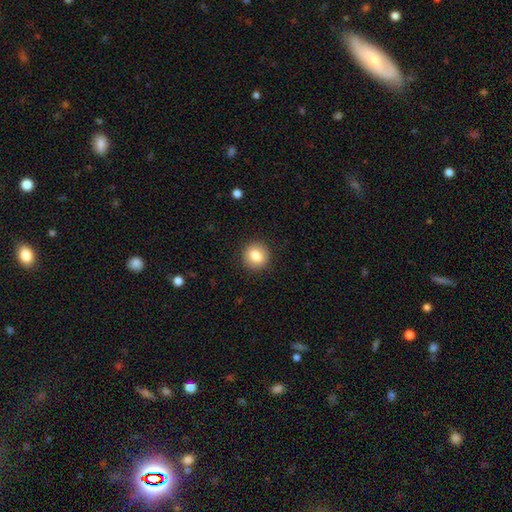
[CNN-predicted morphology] Q: Smooth or featured?
A: smooth (83%); runner-up: star or artifact (9%)
Q: How rounded?
A: round (89%); runner-up: in between (10%)
Q: Merging?
A: none (91%); runner-up: minor disturbance (6%)